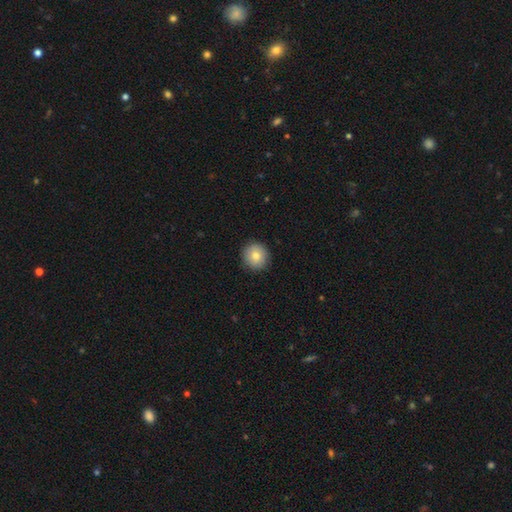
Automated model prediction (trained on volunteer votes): Q: Smooth or featured?
A: smooth (82%); runner-up: featured or disk (9%)
Q: How rounded?
A: round (94%); runner-up: in between (5%)
Q: Merging?
A: none (91%); runner-up: minor disturbance (6%)